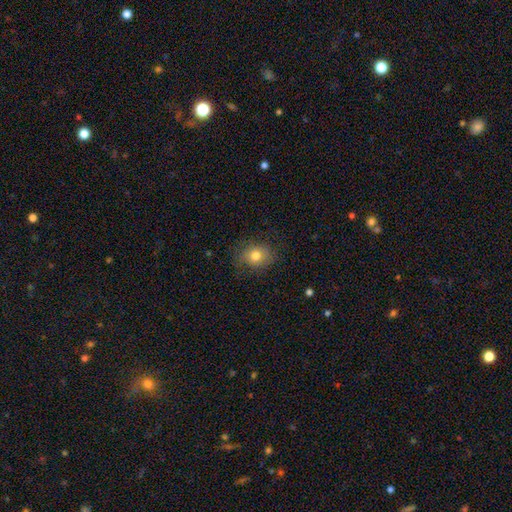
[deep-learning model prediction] The model was most divided on "how rounded": round: 59%, in between: 40%, cigar-shaped: 1%. More confident: smooth or featured — smooth (78%); merging — none (77%).